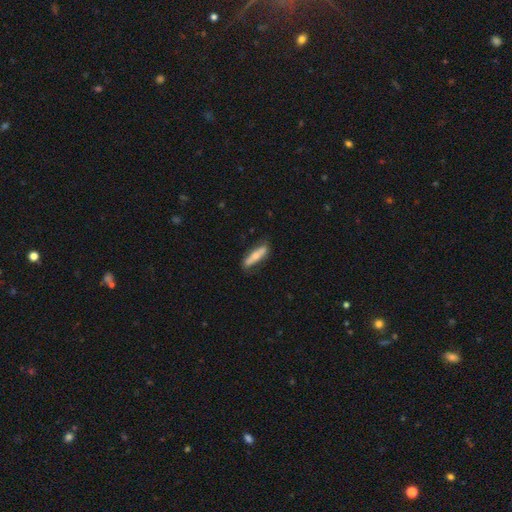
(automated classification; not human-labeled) A smooth galaxy with no disk features (55%) that is cigar-shaped (71%).

Vote fractions:
- Smooth or featured? smooth: 55% / featured or disk: 39% / star or artifact: 6%
- How rounded? cigar-shaped: 71% / in between: 27% / round: 2%
- Merging? none: 79% / minor disturbance: 16% / major disturbance: 4% / merger: 1%